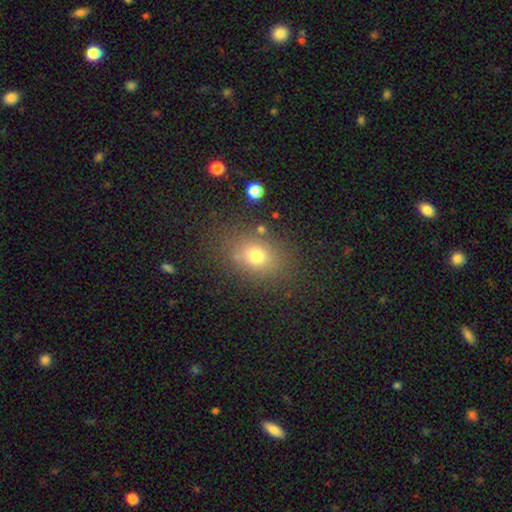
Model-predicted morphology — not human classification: smooth-or-featured: smooth: 73% | star or artifact: 16% | featured or disk: 12%
  how-rounded: in between: 64% | round: 35% | cigar-shaped: 1%
  merging: none: 79% | minor disturbance: 12% | major disturbance: 5% | merger: 3%